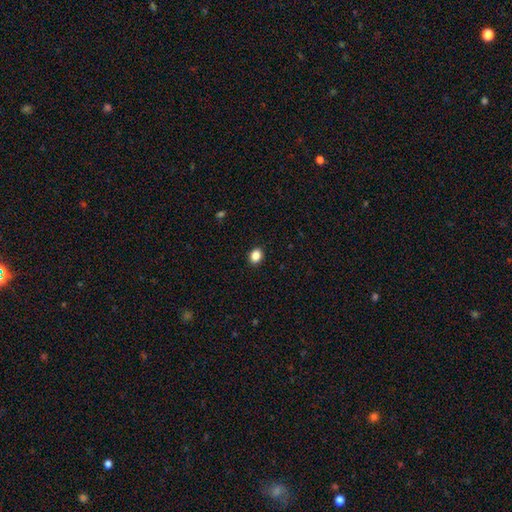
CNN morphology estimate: Overall: smooth (87%). How rounded: in between (51%; round 48%). Merging: none (91%).